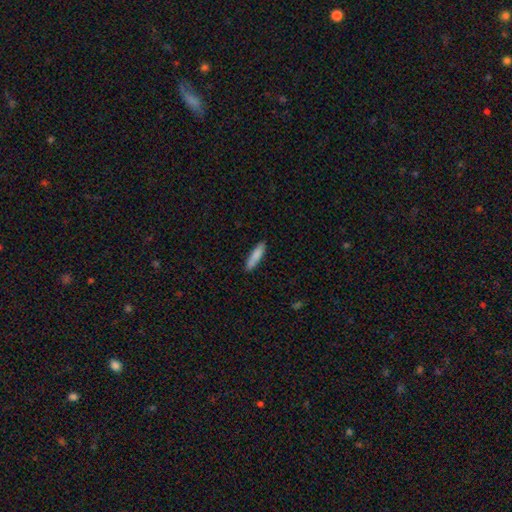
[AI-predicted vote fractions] Q: Smooth or featured?
A: smooth (85%); runner-up: featured or disk (9%)
Q: How rounded?
A: cigar-shaped (78%); runner-up: in between (20%)
Q: Merging?
A: none (87%); runner-up: minor disturbance (10%)